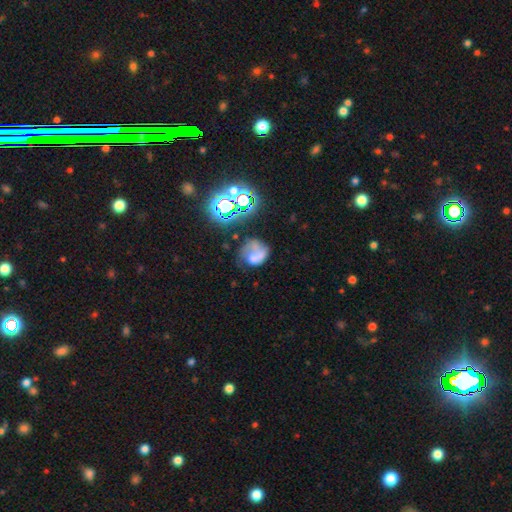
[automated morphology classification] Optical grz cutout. It shows a smooth galaxy with no disk features (47%). Merging: none (33%).